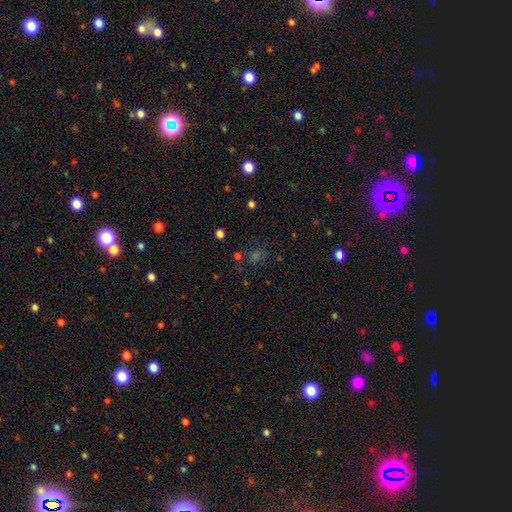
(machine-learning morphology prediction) smooth-or-featured: star or artifact: 47% | smooth: 43% | featured or disk: 11%